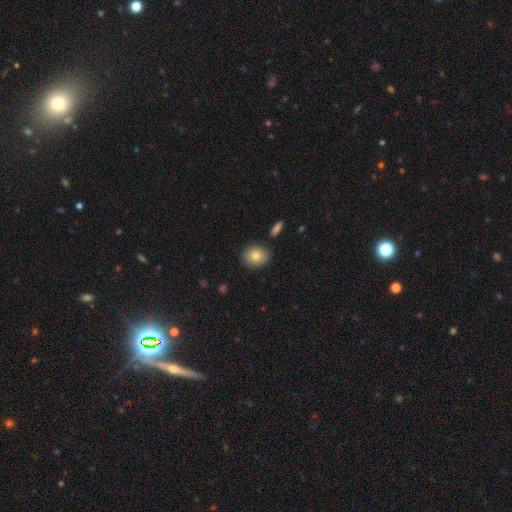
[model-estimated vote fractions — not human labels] Smooth or featured?
  - smooth: 80% *
  - featured or disk: 11%
  - star or artifact: 9%
How rounded?
  - round: 68% *
  - in between: 31%
  - cigar-shaped: 1%
Merging?
  - none: 86% *
  - minor disturbance: 9%
  - merger: 3%
  - major disturbance: 2%